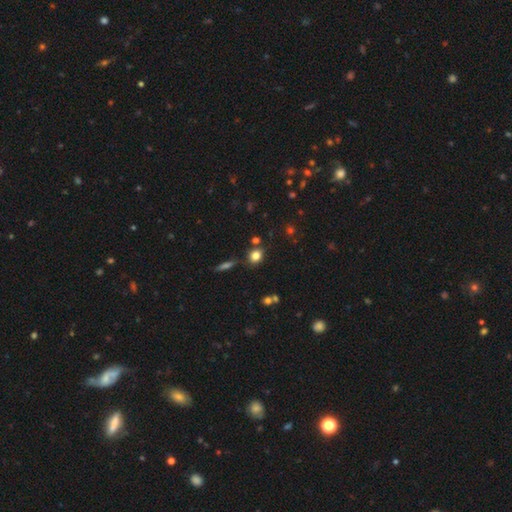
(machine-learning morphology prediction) A smooth galaxy with no disk features (80%) that is round (62%). Merging: none (76%).